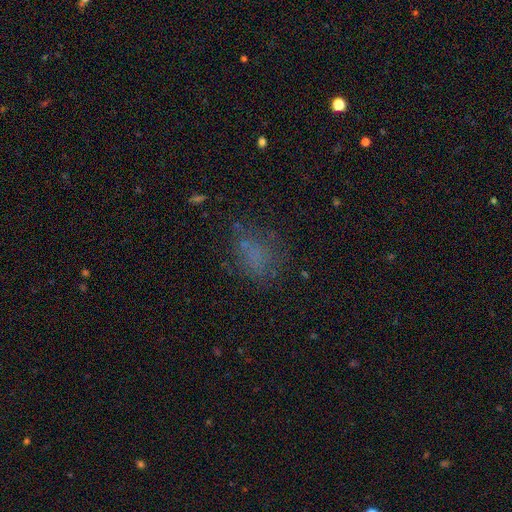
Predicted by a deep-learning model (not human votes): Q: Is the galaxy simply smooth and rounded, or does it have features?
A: smooth — 60%.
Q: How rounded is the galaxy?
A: in between — 66%.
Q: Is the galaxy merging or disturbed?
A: none — 61%.